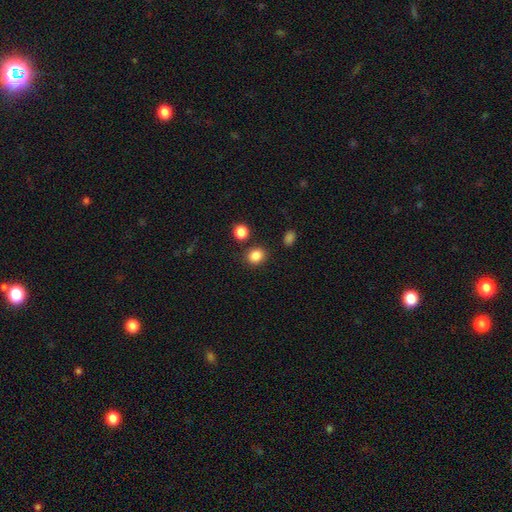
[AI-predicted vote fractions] A smooth galaxy with no disk features (85%) that is round (69%). Merging: none (83%).